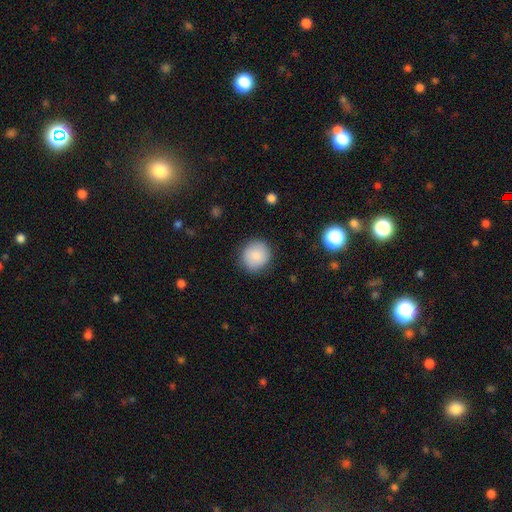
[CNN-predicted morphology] Smooth or featured?
  - smooth: 86% *
  - star or artifact: 8%
  - featured or disk: 6%
How rounded?
  - round: 91% *
  - in between: 8%
  - cigar-shaped: 1%
Merging?
  - none: 88% *
  - minor disturbance: 8%
  - major disturbance: 2%
  - merger: 1%